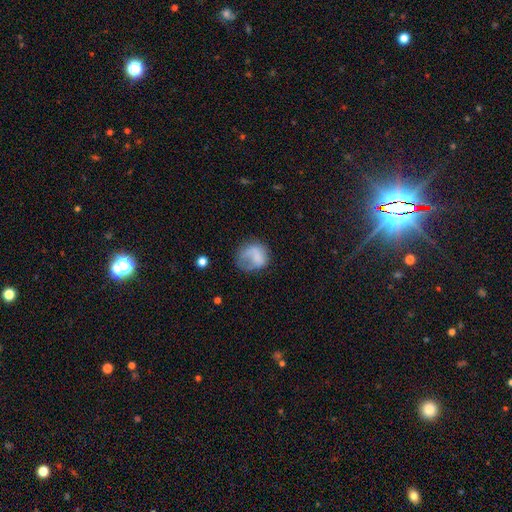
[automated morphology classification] smooth 68%, featured or disk 23%, star or artifact 9%. Down the decision tree: how rounded — round (72%); merging — none (42%).